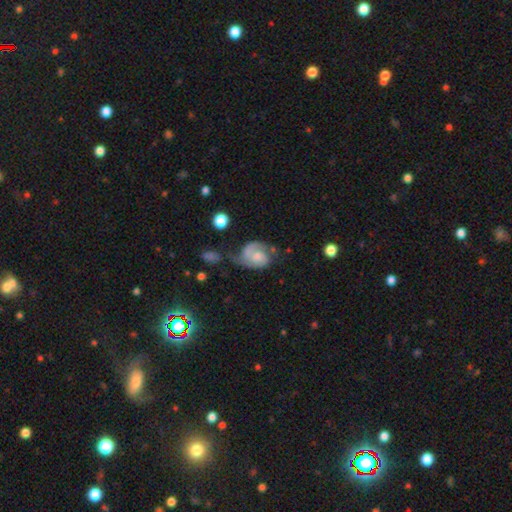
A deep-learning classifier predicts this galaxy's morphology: Smooth or featured? featured or disk (69%)
Edge-on disk? no (98%)
Bar? no (60%)
Spiral arms? yes (91%)
Spiral winding? medium (45%)
Spiral arm count? 2 (71%)
Bulge size? moderate (33%)
Merging? none (35%)